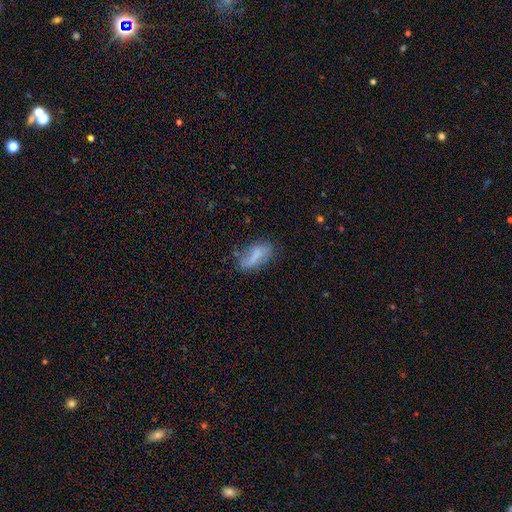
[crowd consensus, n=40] This is clearly a smooth galaxy (80%). How rounded: clearly in between (88%). Merging: marginally minor disturbance (38%).